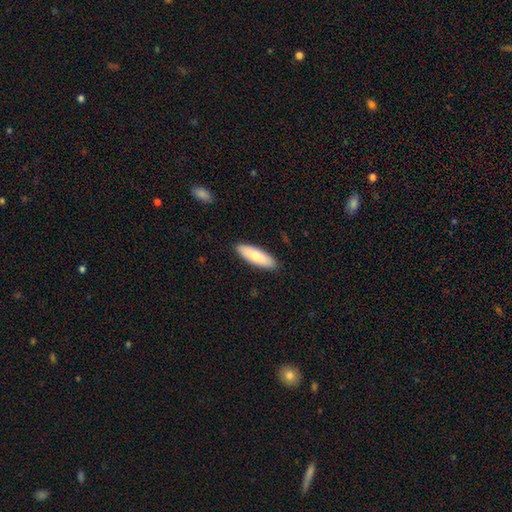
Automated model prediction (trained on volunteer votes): The model was most divided on "how rounded": in between: 53%, cigar-shaped: 45%, round: 2%. More confident: merging — none (89%); smooth or featured — smooth (79%).